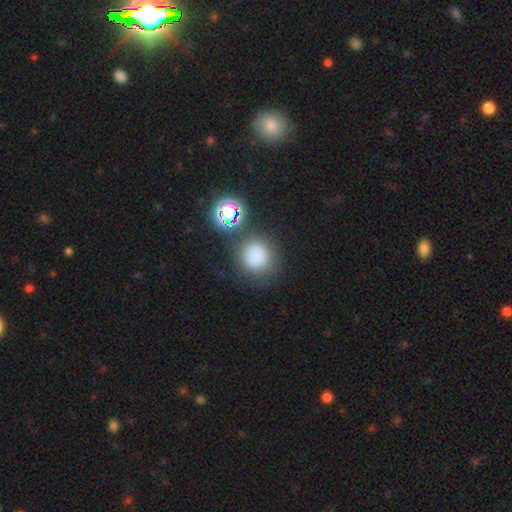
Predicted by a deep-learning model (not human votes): Smooth or featured?
  - smooth: 76% *
  - star or artifact: 17%
  - featured or disk: 7%
How rounded?
  - round: 89% *
  - in between: 10%
  - cigar-shaped: 1%
Merging?
  - none: 75% *
  - minor disturbance: 12%
  - merger: 7%
  - major disturbance: 6%